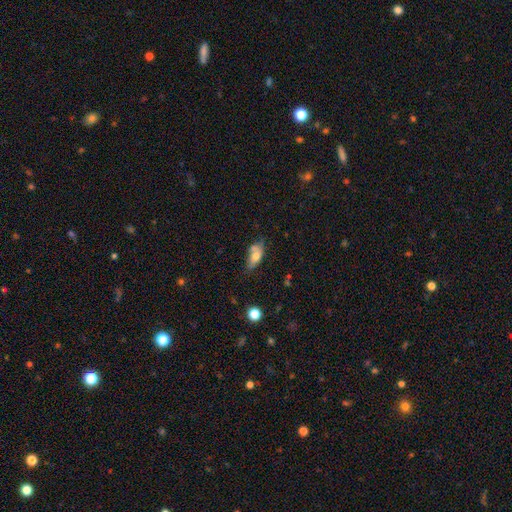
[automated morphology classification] Smooth or featured? smooth (65%)
How rounded? in between (83%)
Merging? none (46%)